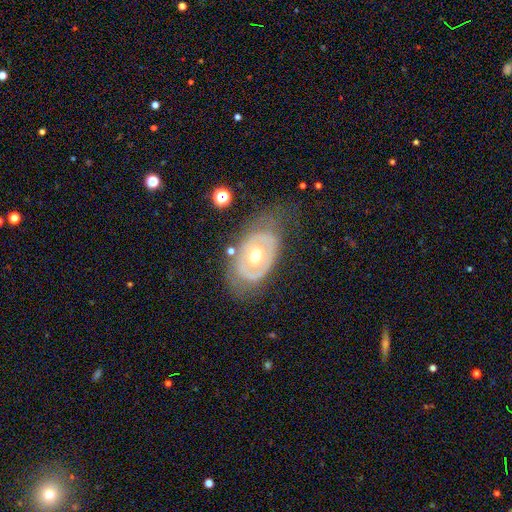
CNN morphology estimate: type=featured or disk (69%); edge-on=no (94%); bar=no (83%); spiral arms=no (67%); bulge=moderate (66%); merging=none (60%).